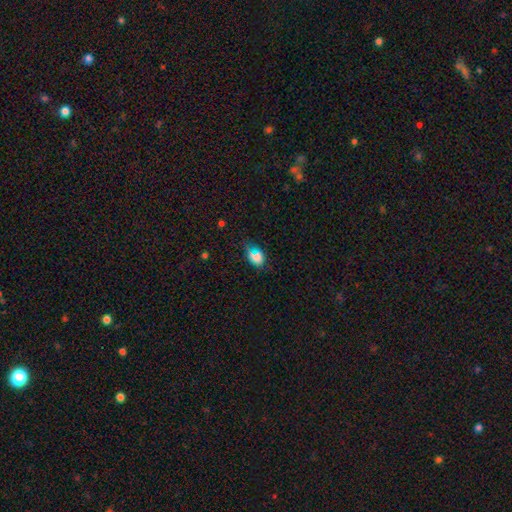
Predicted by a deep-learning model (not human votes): smooth-or-featured: smooth: 66% | star or artifact: 23% | featured or disk: 11%
  how-rounded: in between: 71% | round: 24% | cigar-shaped: 5%
  merging: none: 61% | minor disturbance: 22% | major disturbance: 11% | merger: 6%